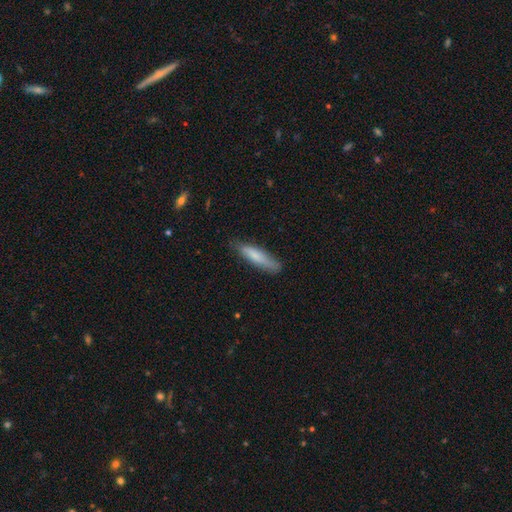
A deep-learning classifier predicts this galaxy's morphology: Overall: smooth (75%). How rounded: cigar-shaped (79%). Merging: none (77%).